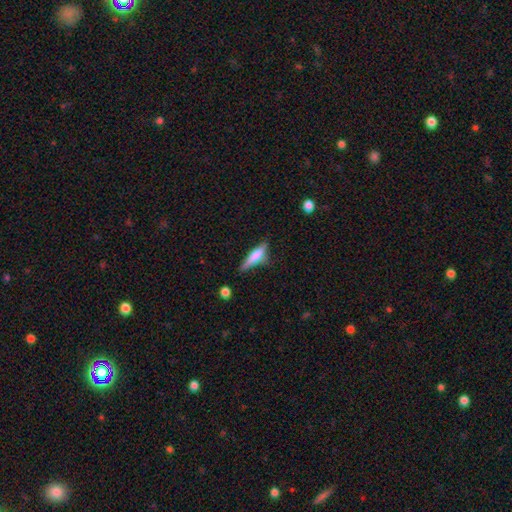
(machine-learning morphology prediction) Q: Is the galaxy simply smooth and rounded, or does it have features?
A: smooth — 63%.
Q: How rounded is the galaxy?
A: cigar-shaped — 73%.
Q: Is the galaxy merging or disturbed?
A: none — 62%.